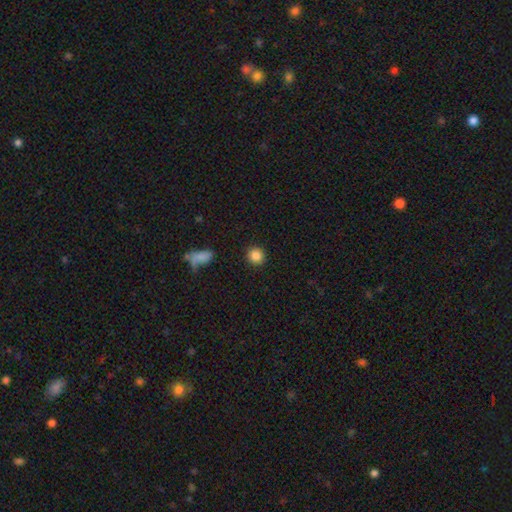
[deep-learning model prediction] A smooth galaxy with no disk features (87%) that is round (92%).

Vote fractions:
- Smooth or featured? smooth: 87% / star or artifact: 10% / featured or disk: 4%
- How rounded? round: 92% / in between: 7% / cigar-shaped: 1%
- Merging? none: 91% / minor disturbance: 5% / major disturbance: 2% / merger: 2%